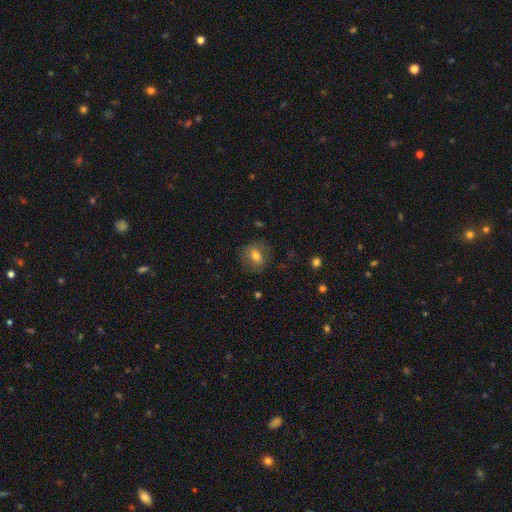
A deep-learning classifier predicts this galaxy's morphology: A smooth galaxy with no disk features (71%) that is round (54%).

Vote fractions:
- Smooth or featured? smooth: 71% / featured or disk: 19% / star or artifact: 10%
- How rounded? round: 54% / in between: 44% / cigar-shaped: 2%
- Merging? none: 78% / minor disturbance: 15% / major disturbance: 6% / merger: 1%